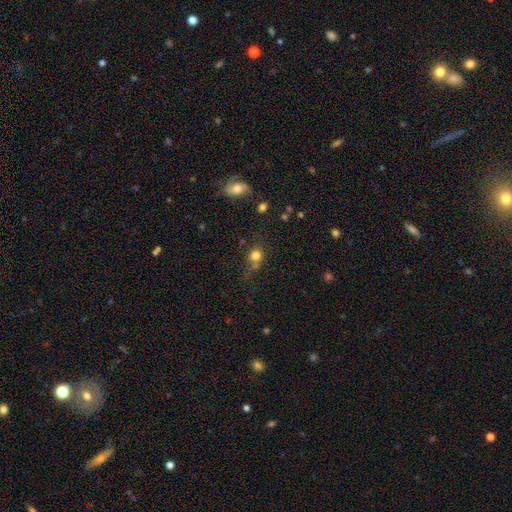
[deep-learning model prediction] Q: Smooth or featured?
A: smooth (77%); runner-up: star or artifact (14%)
Q: How rounded?
A: round (74%); runner-up: in between (24%)
Q: Merging?
A: none (56%); runner-up: minor disturbance (21%)